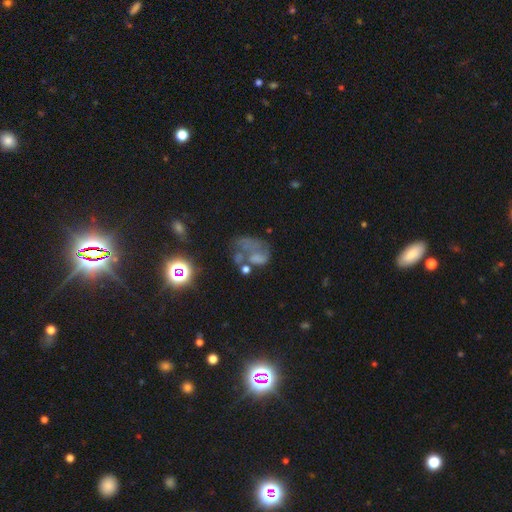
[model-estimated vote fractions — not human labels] Smooth or featured? Predicted: featured or disk (p=0.45). Merging? Predicted: major disturbance (p=0.42).